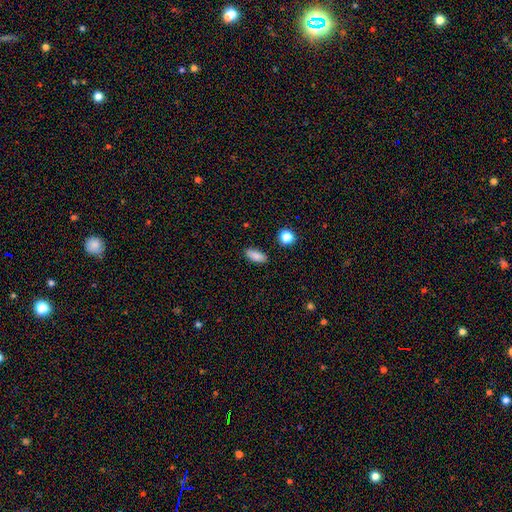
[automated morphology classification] smooth_or_featured: smooth (p=0.86) [alt: star or artifact p=0.09]
how_rounded: in between (p=0.81) [alt: cigar-shaped p=0.15]
merging: none (p=0.87) [alt: minor disturbance p=0.09]